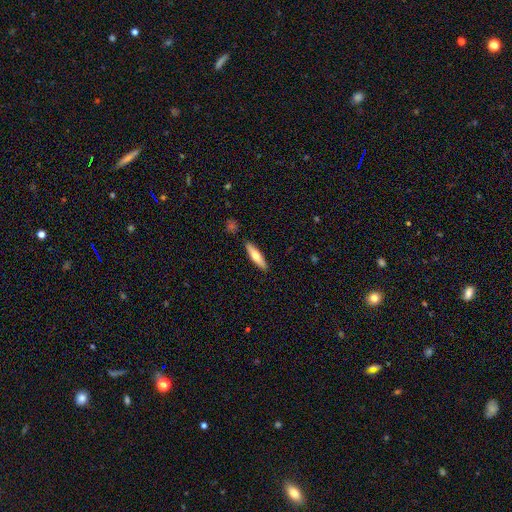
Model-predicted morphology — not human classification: smooth_or_featured: smooth (p=0.59) [alt: featured or disk p=0.36]
how_rounded: cigar-shaped (p=0.71) [alt: in between p=0.27]
merging: none (p=0.88) [alt: minor disturbance p=0.08]